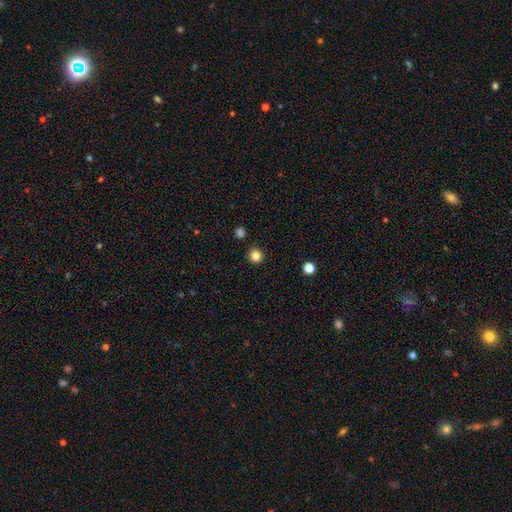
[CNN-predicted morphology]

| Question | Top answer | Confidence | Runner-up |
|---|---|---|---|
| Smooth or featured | smooth | 84% | star or artifact (12%) |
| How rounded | round | 94% | in between (5%) |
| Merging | none | 91% | minor disturbance (6%) |